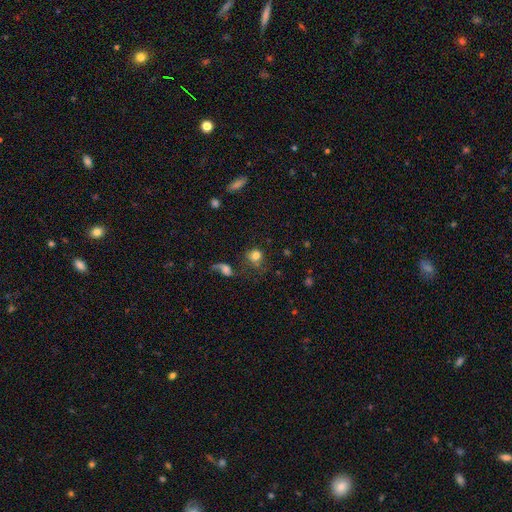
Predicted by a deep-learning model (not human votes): This is likely a smooth galaxy (75%). How rounded: likely round (75%). Merging: possibly none (50%).